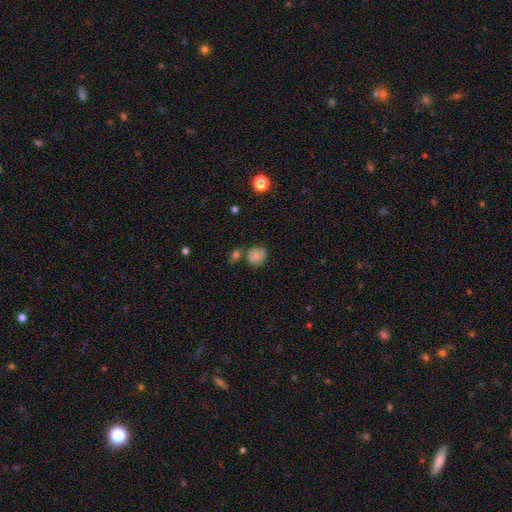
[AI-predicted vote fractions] Smooth or featured?
  - smooth: 80% *
  - star or artifact: 11%
  - featured or disk: 9%
How rounded?
  - round: 71% *
  - in between: 28%
  - cigar-shaped: 1%
Merging?
  - none: 55% *
  - minor disturbance: 20%
  - merger: 19%
  - major disturbance: 6%